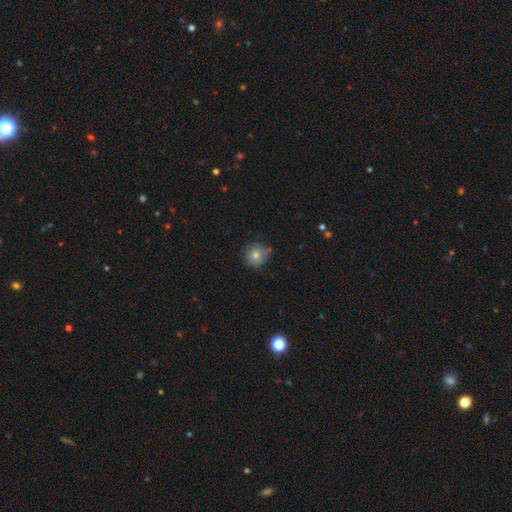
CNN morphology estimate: smooth-or-featured: smooth: 73% | featured or disk: 15% | star or artifact: 13%
  how-rounded: round: 89% | in between: 10% | cigar-shaped: 1%
  merging: none: 70% | minor disturbance: 23% | major disturbance: 5% | merger: 3%